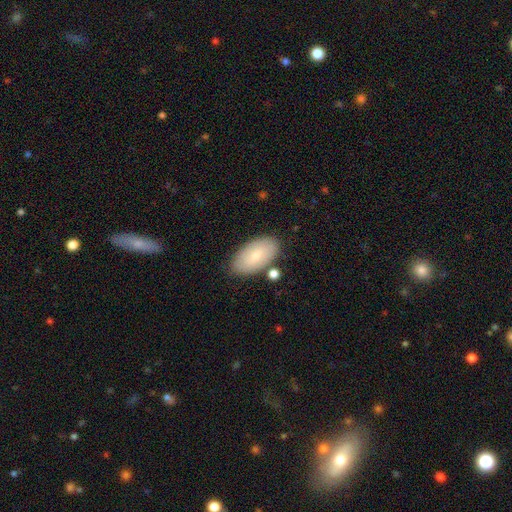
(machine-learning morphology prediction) Smooth or featured? smooth (71%)
How rounded? in between (95%)
Merging? none (79%)